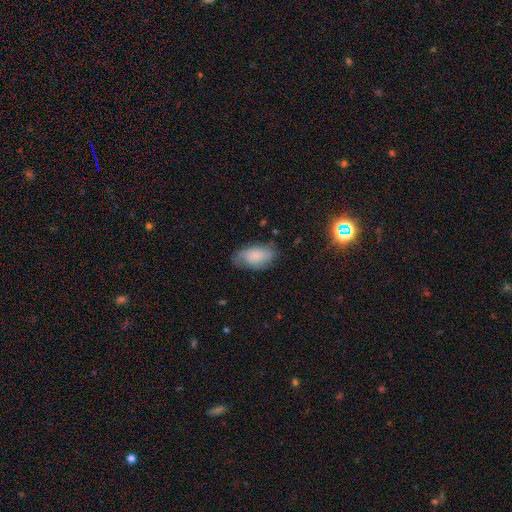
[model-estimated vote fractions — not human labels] Smooth or featured?
  - smooth: 70% *
  - featured or disk: 23%
  - star or artifact: 8%
How rounded?
  - in between: 93% *
  - round: 4%
  - cigar-shaped: 3%
Merging?
  - none: 62% *
  - minor disturbance: 28%
  - major disturbance: 9%
  - merger: 2%